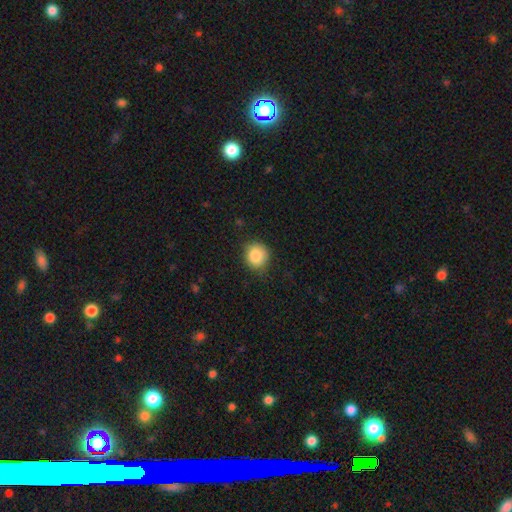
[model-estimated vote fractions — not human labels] Overall: smooth (86%). How rounded: round (85%). Merging: none (80%).